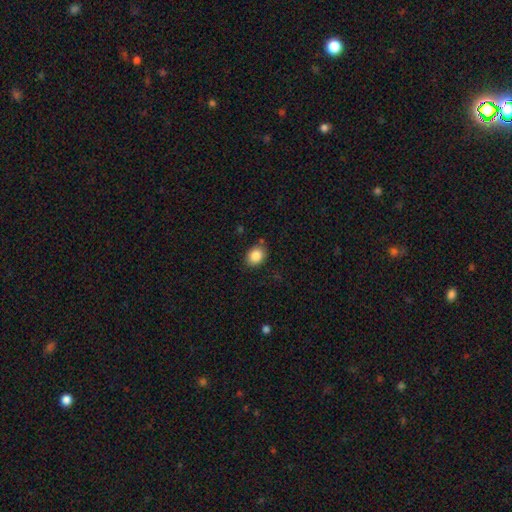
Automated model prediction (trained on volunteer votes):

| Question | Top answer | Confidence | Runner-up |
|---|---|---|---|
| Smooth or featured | smooth | 86% | star or artifact (9%) |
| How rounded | in between | 55% | round (44%) |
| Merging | none | 82% | minor disturbance (12%) |